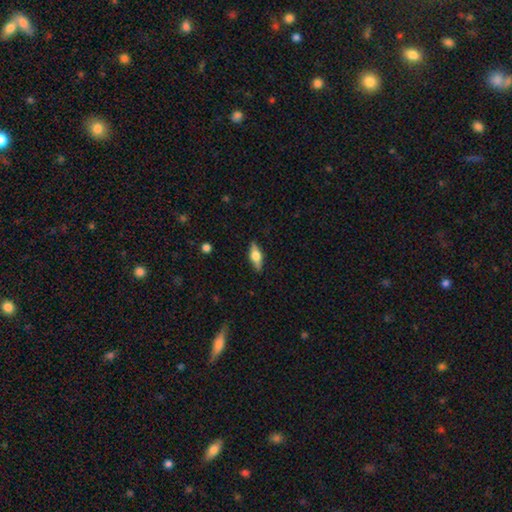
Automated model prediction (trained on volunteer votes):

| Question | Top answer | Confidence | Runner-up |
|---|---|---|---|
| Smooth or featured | featured or disk | 54% | smooth (39%) |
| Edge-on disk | yes | 93% | no (7%) |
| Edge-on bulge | rounded | 92% | boxy (7%) |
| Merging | none | 87% | minor disturbance (10%) |